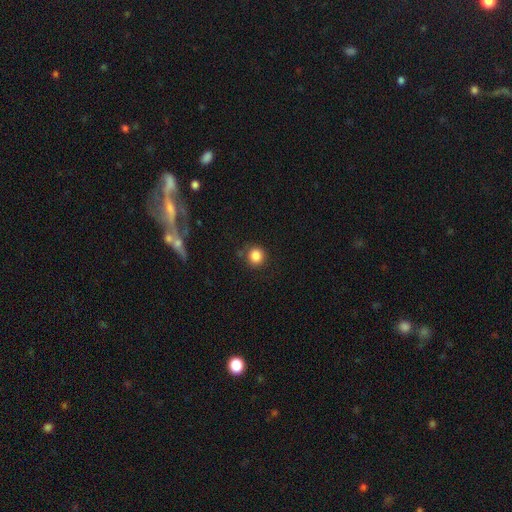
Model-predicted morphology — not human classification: A smooth galaxy with no disk features (85%) that is round (90%).

Vote fractions:
- Smooth or featured? smooth: 85% / star or artifact: 11% / featured or disk: 5%
- How rounded? round: 90% / in between: 9% / cigar-shaped: 1%
- Merging? none: 82% / minor disturbance: 12% / major disturbance: 4% / merger: 3%